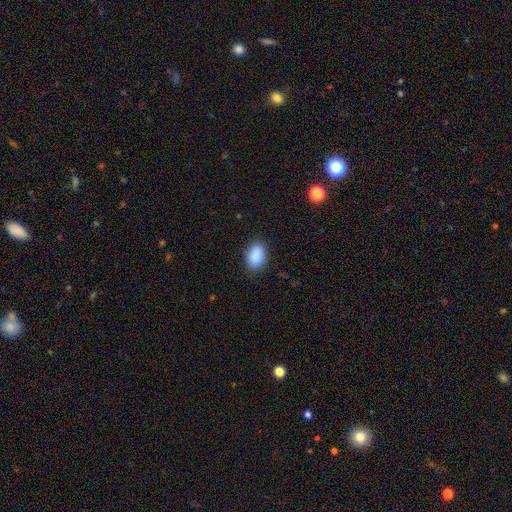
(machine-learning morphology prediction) This appears to be a smooth galaxy with no disk features (89%) that is in between round and cigar-shaped (85%). Merging: none (83%).